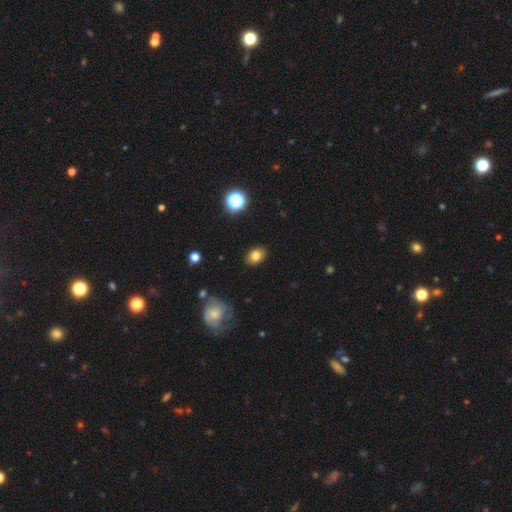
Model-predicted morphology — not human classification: Smooth or featured?
  - smooth: 81% *
  - star or artifact: 11%
  - featured or disk: 9%
How rounded?
  - in between: 71% *
  - round: 28%
  - cigar-shaped: 1%
Merging?
  - none: 87% *
  - minor disturbance: 9%
  - major disturbance: 2%
  - merger: 1%